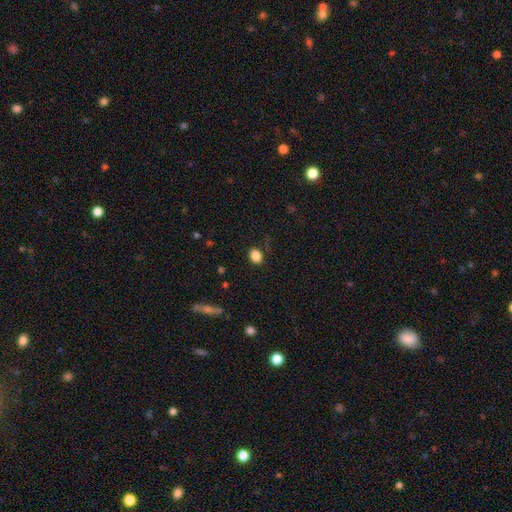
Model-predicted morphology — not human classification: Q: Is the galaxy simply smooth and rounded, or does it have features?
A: smooth — 86%.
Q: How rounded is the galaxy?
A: in between — 60%.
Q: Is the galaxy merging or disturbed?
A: none — 84%.